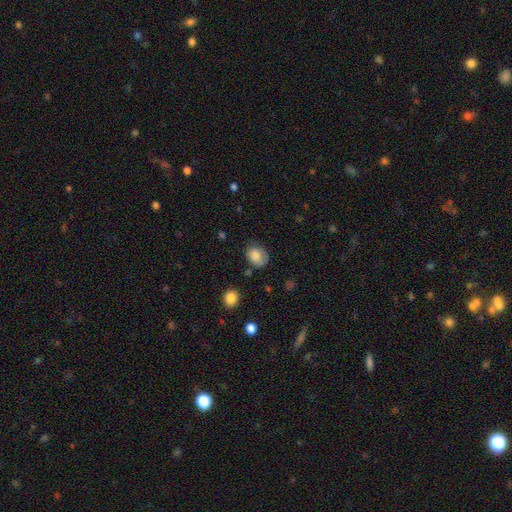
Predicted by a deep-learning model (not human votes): Overall: smooth (83%). How rounded: in between (53%; round 46%). Merging: none (63%; minor disturbance 26%).